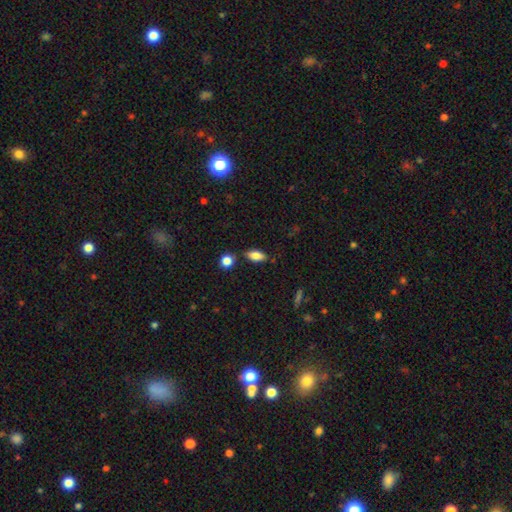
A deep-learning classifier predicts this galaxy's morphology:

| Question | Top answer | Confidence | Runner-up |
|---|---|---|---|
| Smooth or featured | smooth | 78% | featured or disk (14%) |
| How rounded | in between | 84% | cigar-shaped (11%) |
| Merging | none | 79% | minor disturbance (13%) |